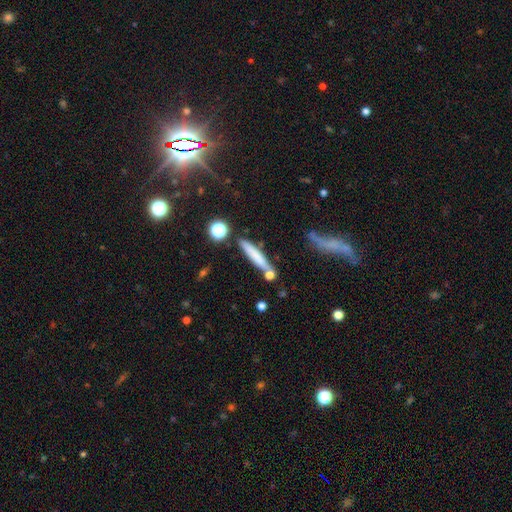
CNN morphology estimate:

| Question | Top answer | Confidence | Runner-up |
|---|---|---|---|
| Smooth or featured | smooth | 67% | featured or disk (24%) |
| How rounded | cigar-shaped | 90% | in between (8%) |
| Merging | none | 69% | minor disturbance (14%) |